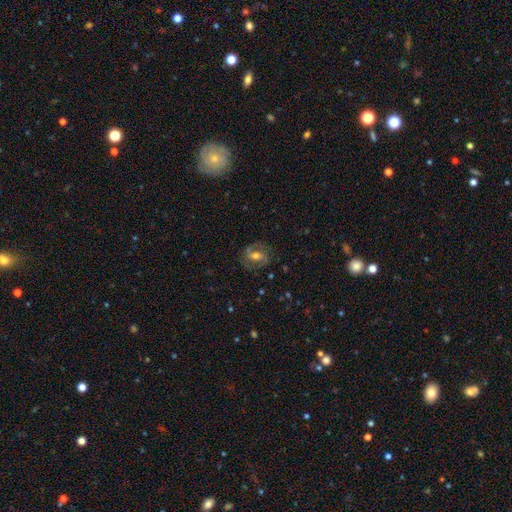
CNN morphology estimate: smooth-or-featured: featured or disk: 64% | smooth: 27% | star or artifact: 8%
  disk-edge-on: no: 96% | yes: 4%
    bar: weak: 42% | no: 33% | strong: 25%
    has-spiral-arms: yes: 81% | no: 19%
    bulge-size: moderate: 63% | small: 20% | large: 14% | none: 2% | dominant: 2%
  merging: none: 76% | minor disturbance: 15% | major disturbance: 8% | merger: 1%